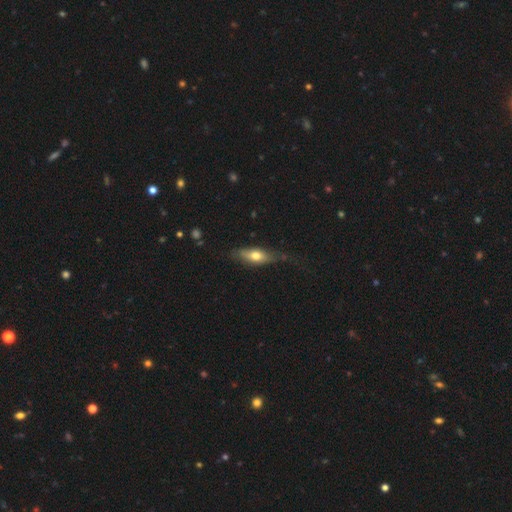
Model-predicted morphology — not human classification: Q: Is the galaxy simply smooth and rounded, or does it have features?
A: smooth — 58%.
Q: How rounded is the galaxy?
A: in between — 58%.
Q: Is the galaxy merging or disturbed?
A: none — 60%.